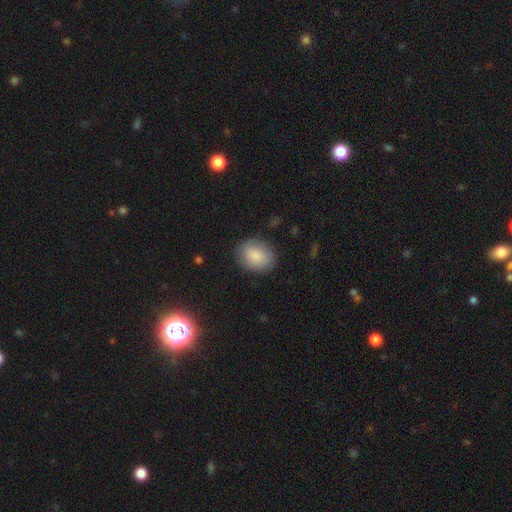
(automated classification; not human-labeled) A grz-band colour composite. It shows a smooth galaxy with no disk features (84%) that is in between round and cigar-shaped (62%). Merging: none (82%).